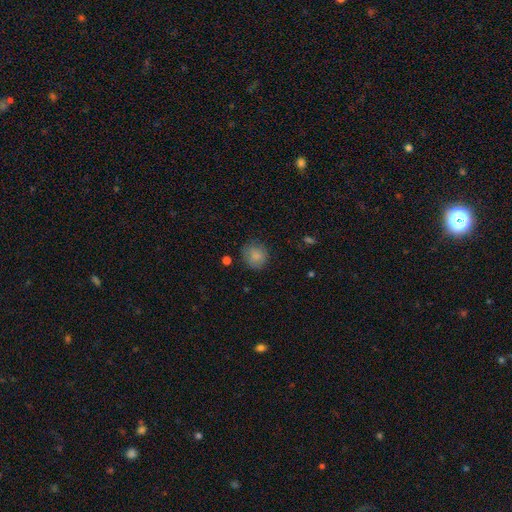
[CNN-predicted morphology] This is clearly a smooth galaxy (85%). How rounded: clearly round (87%). Merging: likely none (79%).